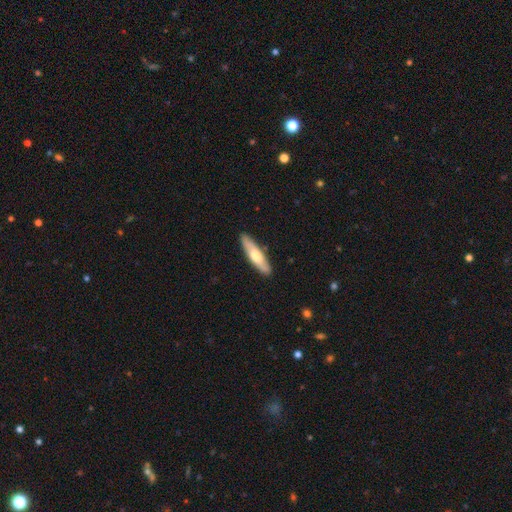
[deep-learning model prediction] smooth 55%, featured or disk 40%, star or artifact 5%. Down the decision tree: how rounded — cigar-shaped (75%); merging — none (89%).